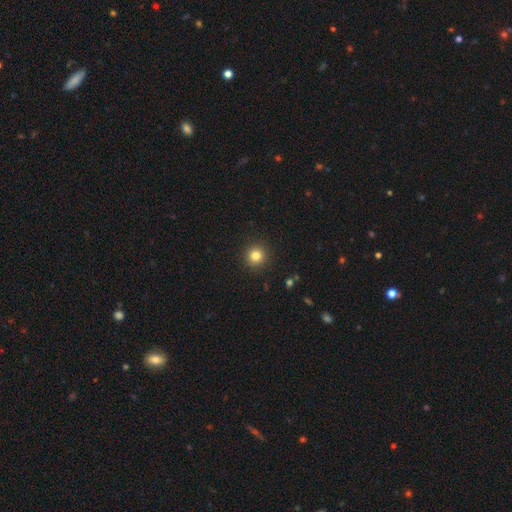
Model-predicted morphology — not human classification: Overall: smooth (82%). How rounded: round (94%). Merging: none (92%).